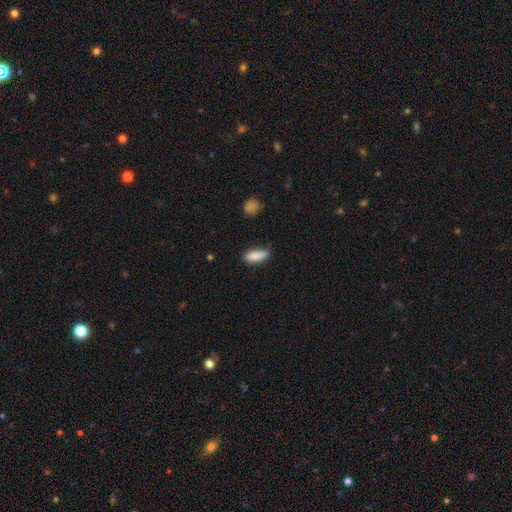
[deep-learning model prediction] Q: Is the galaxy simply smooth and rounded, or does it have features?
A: smooth — 87%.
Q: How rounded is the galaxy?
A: in between — 70%.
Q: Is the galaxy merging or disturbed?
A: none — 71%.